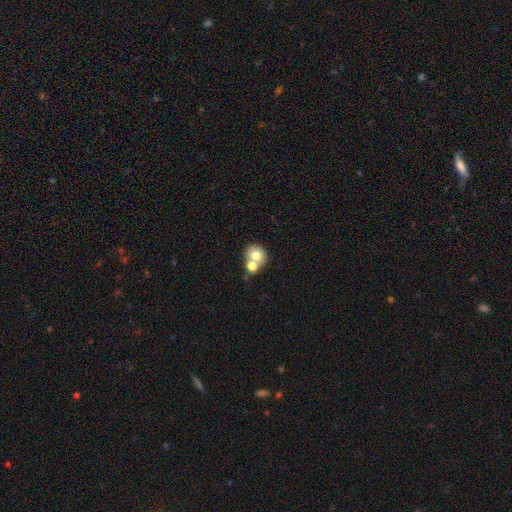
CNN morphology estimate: Overall: smooth (73%). How rounded: round (76%). Merging: merger (50%; none 39%).